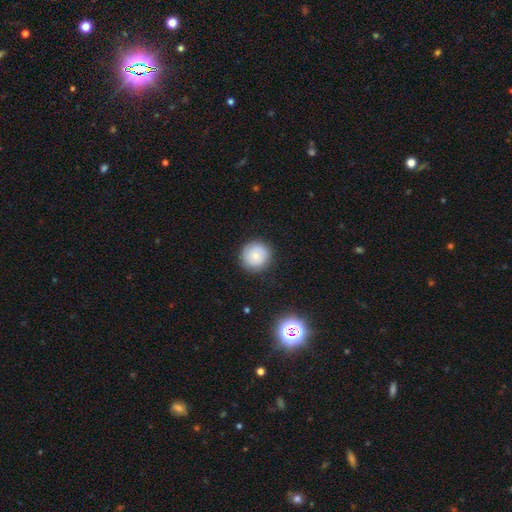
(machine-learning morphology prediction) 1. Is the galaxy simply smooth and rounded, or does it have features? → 74% smooth, 18% featured or disk, 9% star or artifact.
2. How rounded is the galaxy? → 94% round, 5% in between, 1% cigar-shaped.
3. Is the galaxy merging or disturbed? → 88% none, 9% minor disturbance, 2% major disturbance, 1% merger.